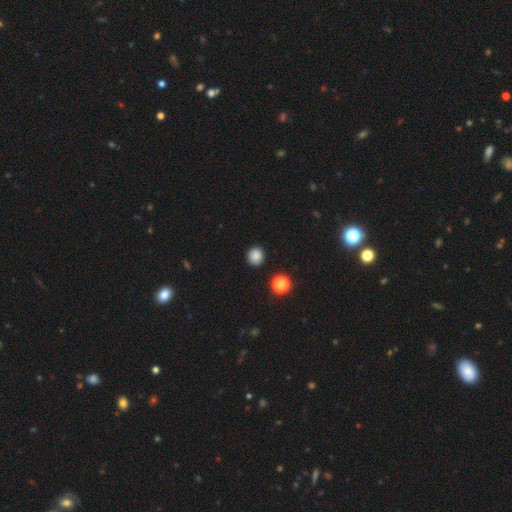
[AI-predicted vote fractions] A smooth galaxy with no disk features (85%) that is round (86%).

Vote fractions:
- Smooth or featured? smooth: 85% / star or artifact: 11% / featured or disk: 3%
- How rounded? round: 86% / in between: 13% / cigar-shaped: 1%
- Merging? none: 90% / minor disturbance: 7% / major disturbance: 2% / merger: 2%